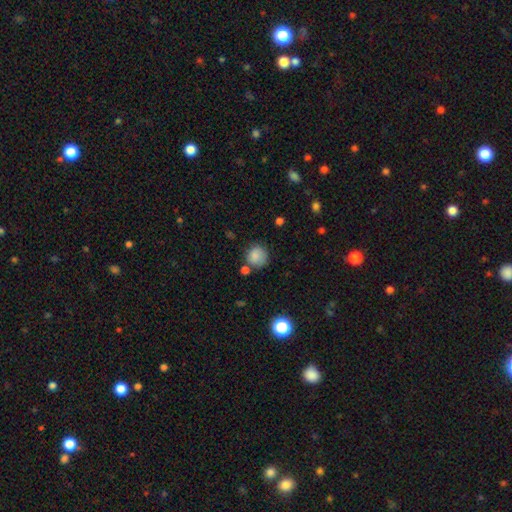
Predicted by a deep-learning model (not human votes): Overall: smooth (84%). How rounded: round (88%). Merging: none (68%).